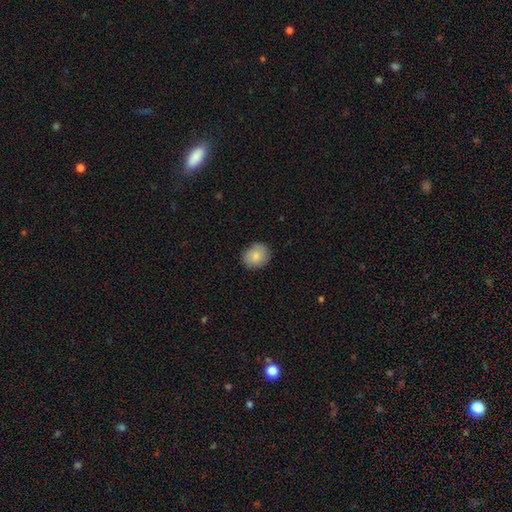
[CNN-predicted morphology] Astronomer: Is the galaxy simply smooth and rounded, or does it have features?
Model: smooth — 84%.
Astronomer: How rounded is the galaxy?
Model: round — 59% (runner-up: in between, 40%).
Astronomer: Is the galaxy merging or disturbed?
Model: none — 85%.